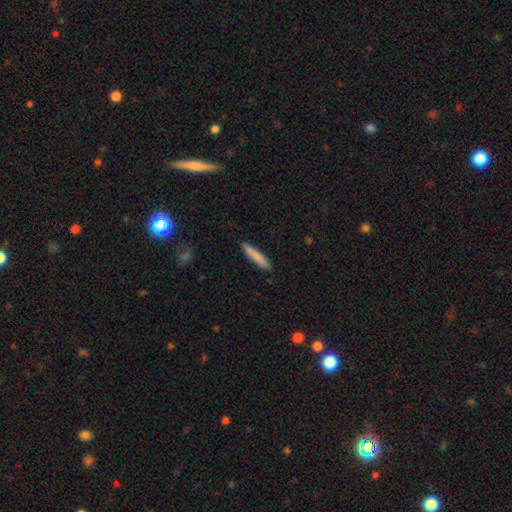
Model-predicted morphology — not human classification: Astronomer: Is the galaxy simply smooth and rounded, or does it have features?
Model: smooth — 81%.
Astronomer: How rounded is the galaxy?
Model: cigar-shaped — 93%.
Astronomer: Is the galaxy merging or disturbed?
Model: none — 89%.